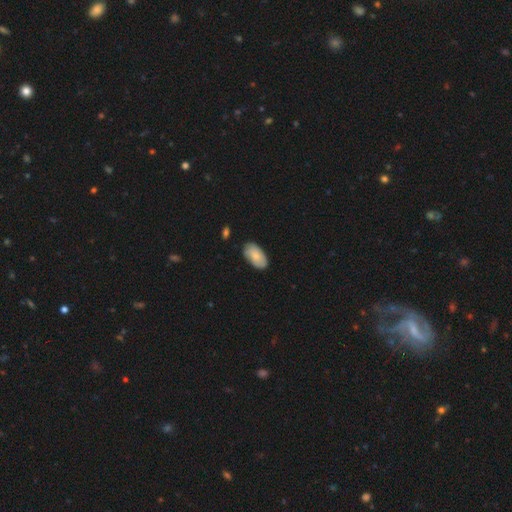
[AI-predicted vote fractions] smooth_or_featured: smooth (p=0.79) [alt: featured or disk p=0.15]
how_rounded: in between (p=0.95) [alt: round p=0.03]
merging: none (p=0.80) [alt: minor disturbance p=0.16]